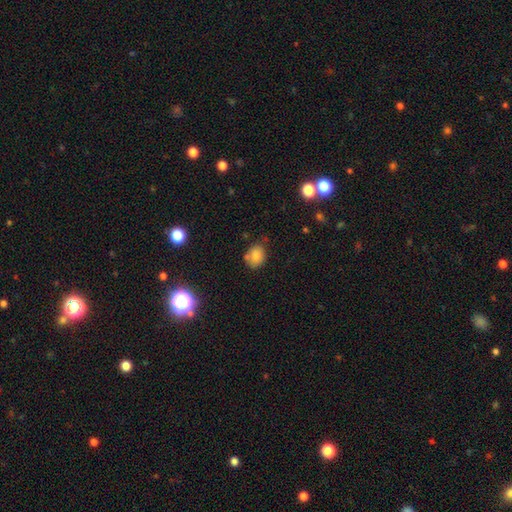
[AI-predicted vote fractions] The model was most divided on "how rounded": round: 53%, in between: 46%, cigar-shaped: 1%. More confident: smooth or featured — smooth (78%); merging — none (65%).